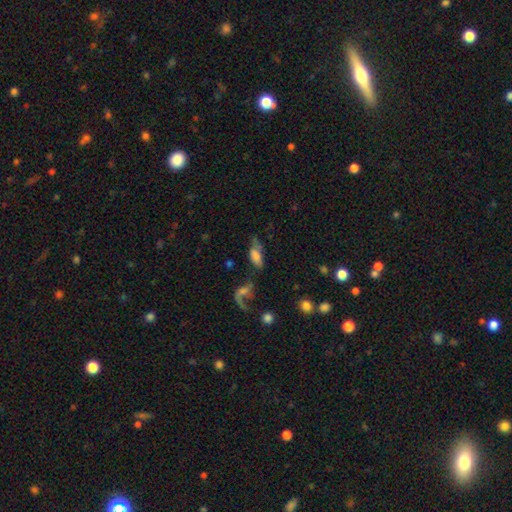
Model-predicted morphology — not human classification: A smooth galaxy with no disk features (60%) that is in between round and cigar-shaped (80%). Merging: none (32%).